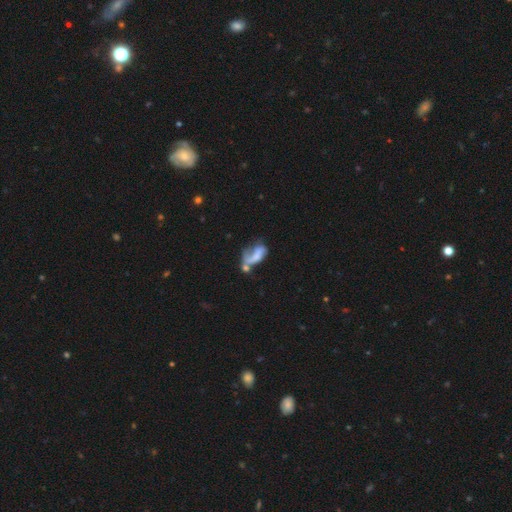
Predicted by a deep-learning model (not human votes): smooth_or_featured: smooth (p=0.45) [alt: featured or disk p=0.44]
merging: merger (p=0.37) [alt: major disturbance p=0.31]